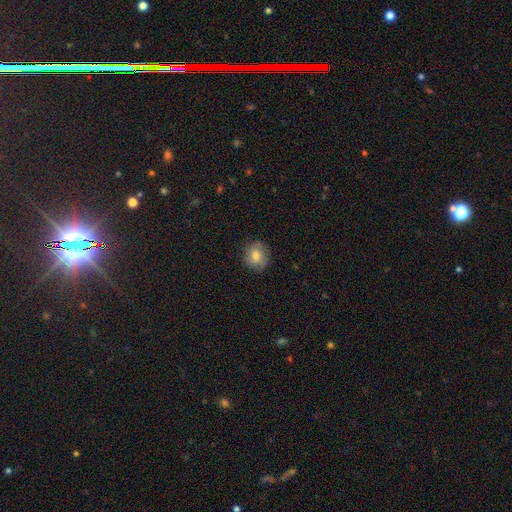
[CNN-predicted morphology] Q: Smooth or featured?
A: smooth (76%); runner-up: featured or disk (15%)
Q: How rounded?
A: round (81%); runner-up: in between (18%)
Q: Merging?
A: none (82%); runner-up: minor disturbance (14%)